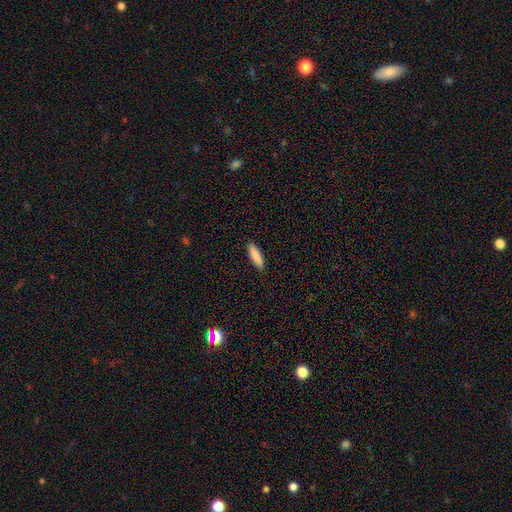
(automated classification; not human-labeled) This appears to be a smooth galaxy with no disk features (89%) that is cigar-shaped (61%). Merging: none (90%).